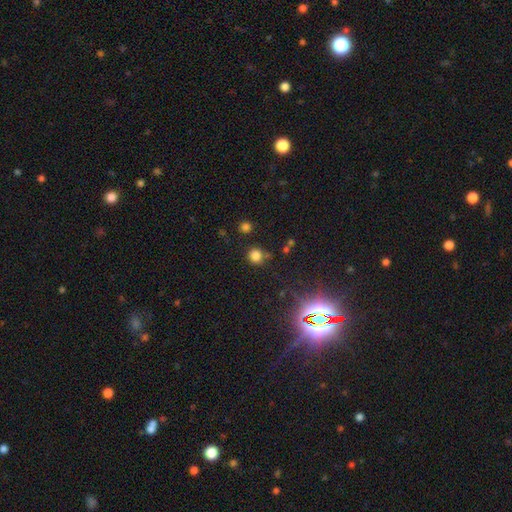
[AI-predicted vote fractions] A smooth galaxy with no disk features (77%) that is round (90%). Merging: none (79%).